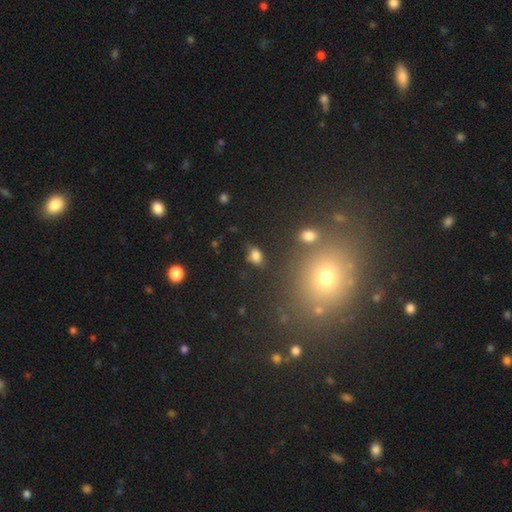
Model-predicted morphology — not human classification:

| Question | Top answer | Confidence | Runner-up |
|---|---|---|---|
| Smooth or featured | smooth | 77% | star or artifact (15%) |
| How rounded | in between | 78% | round (19%) |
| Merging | none | 63% | minor disturbance (20%) |